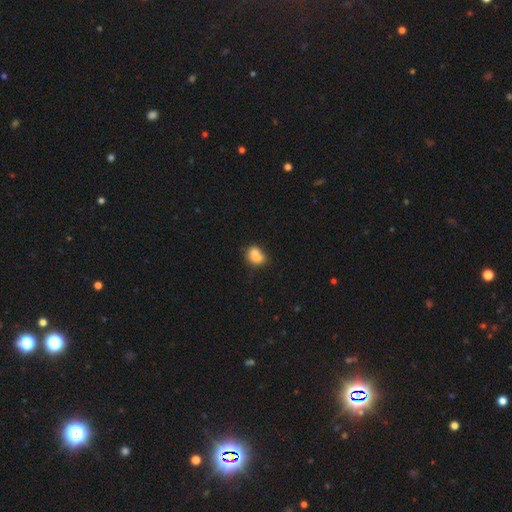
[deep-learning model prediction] Smooth or featured? Predicted: smooth (p=0.76). How rounded? Predicted: in between (p=0.53). Merging? Predicted: merger (p=0.44).